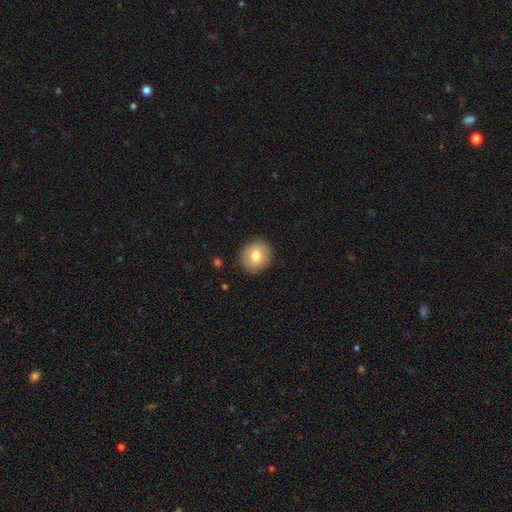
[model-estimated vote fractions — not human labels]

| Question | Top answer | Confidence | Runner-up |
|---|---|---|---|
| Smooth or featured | smooth | 77% | featured or disk (15%) |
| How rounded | round | 82% | in between (17%) |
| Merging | none | 89% | minor disturbance (8%) |